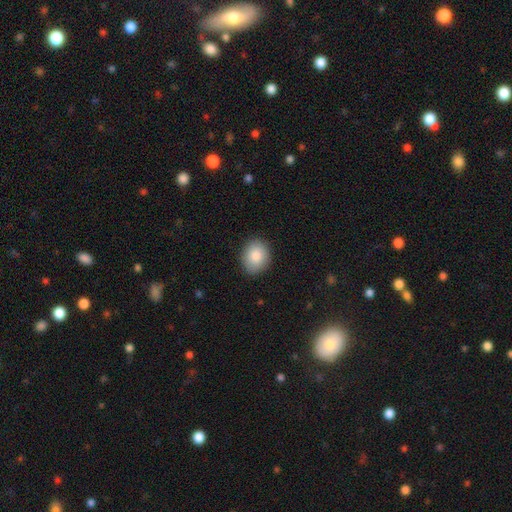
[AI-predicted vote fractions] Overall: smooth (86%). How rounded: round (50%; in between 49%). Merging: none (87%).